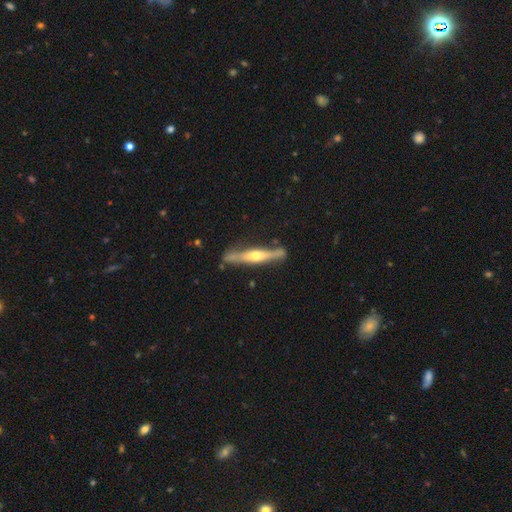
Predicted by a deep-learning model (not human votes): Smooth or featured? Predicted: featured or disk (p=0.67). Edge-on disk? Predicted: yes (p=0.94). Edge-on bulge? Predicted: rounded (p=0.89). Merging? Predicted: none (p=0.77).